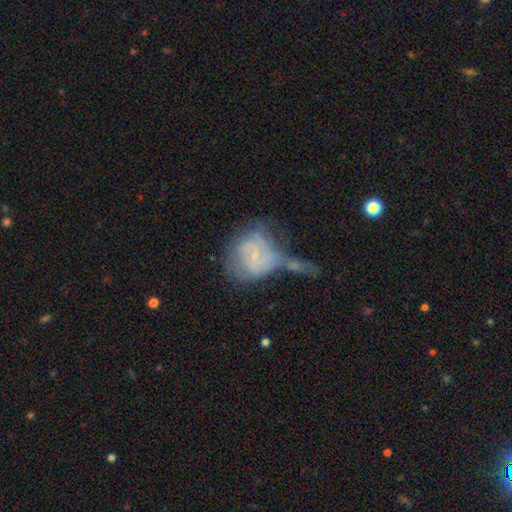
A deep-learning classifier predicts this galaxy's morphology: featured or disk 61%, smooth 30%, star or artifact 9%. Down the decision tree: edge-on disk — no (96%); bar — no (59%); spiral arms — yes (72%); bulge size — small (74%); merging — merger (45%).